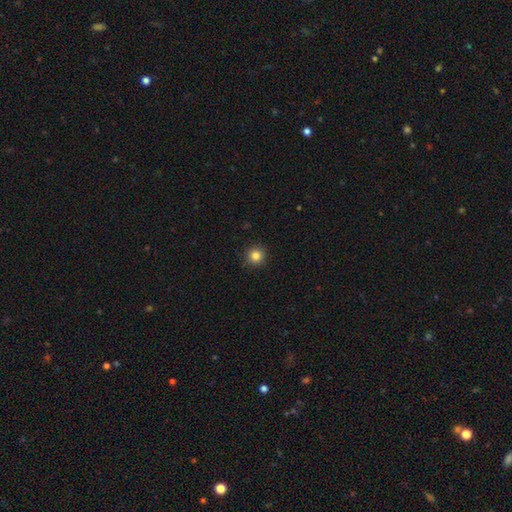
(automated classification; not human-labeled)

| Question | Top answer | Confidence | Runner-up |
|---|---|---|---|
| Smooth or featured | smooth | 84% | star or artifact (12%) |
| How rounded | round | 95% | in between (4%) |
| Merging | none | 92% | minor disturbance (5%) |